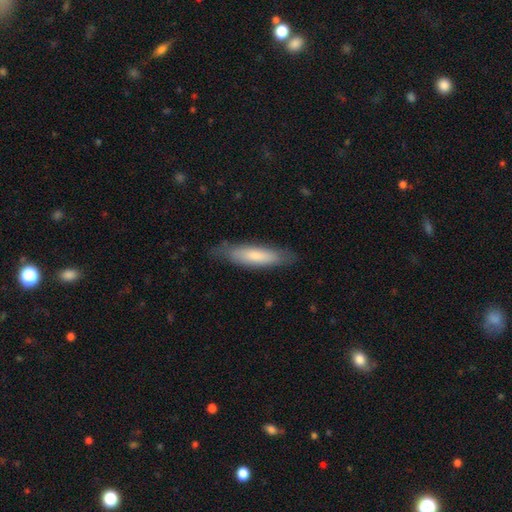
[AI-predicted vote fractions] This appears to be a smooth galaxy with no disk features (71%) that is cigar-shaped (71%). Merging: none (78%).